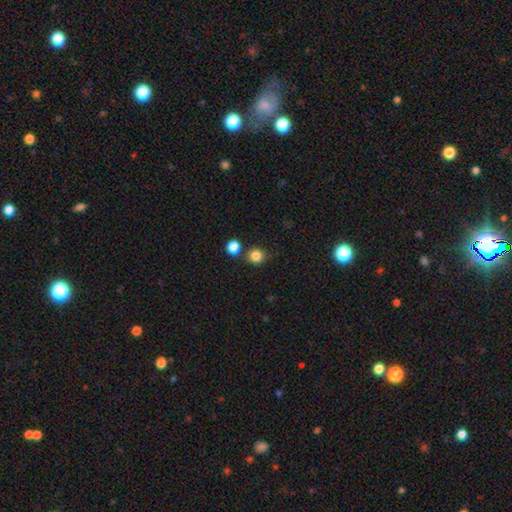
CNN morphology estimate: Smooth or featured: smooth — 83% (star or artifact — 13%)
How rounded: round — 90% (in between — 9%)
Merging: none — 79% (merger — 11%)